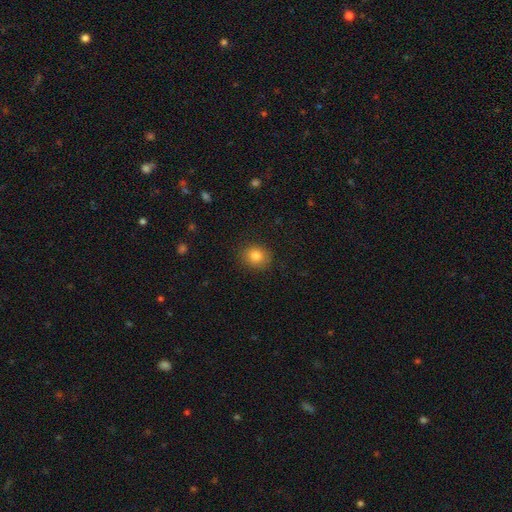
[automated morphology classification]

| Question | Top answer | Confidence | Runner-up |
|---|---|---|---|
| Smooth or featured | smooth | 82% | star or artifact (11%) |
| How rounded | round | 65% | in between (34%) |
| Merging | none | 87% | minor disturbance (9%) |